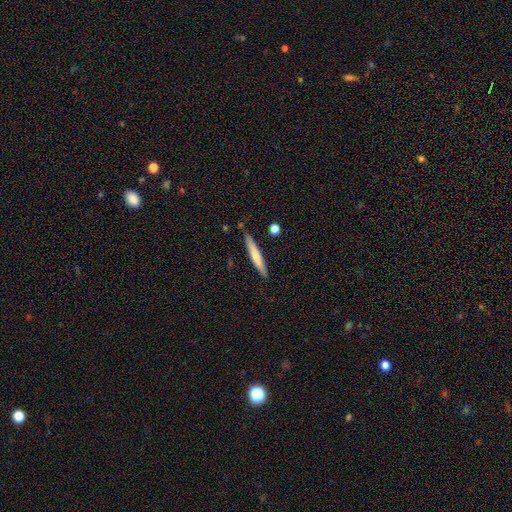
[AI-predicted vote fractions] Morphology: type=smooth (59%); roundness=cigar-shaped (94%); merging=none (85%).